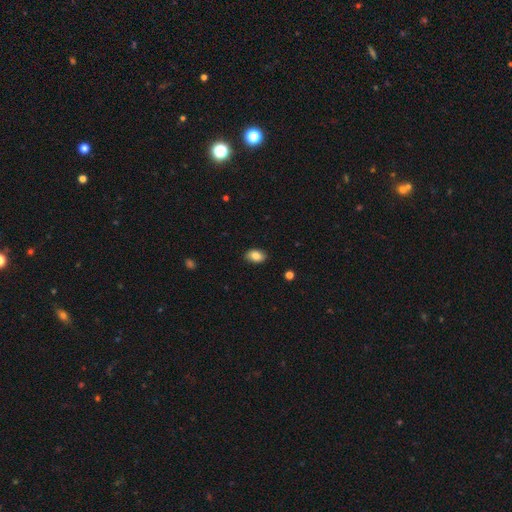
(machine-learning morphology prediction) smooth_or_featured: smooth (p=0.86) [alt: star or artifact p=0.08]
how_rounded: in between (p=0.87) [alt: round p=0.12]
merging: none (p=0.88) [alt: minor disturbance p=0.09]